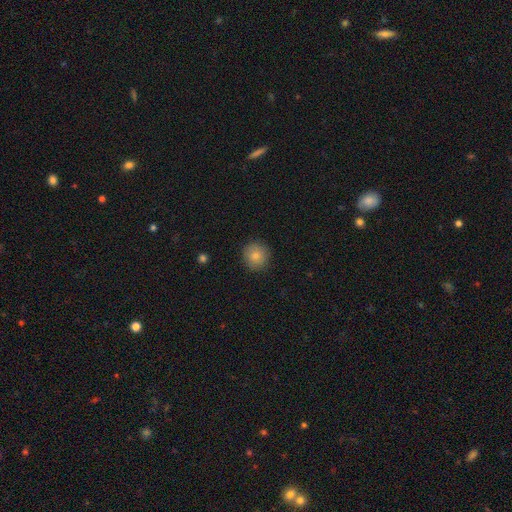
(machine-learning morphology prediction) smooth-or-featured: smooth: 84% | star or artifact: 9% | featured or disk: 7%
  how-rounded: round: 91% | in between: 8% | cigar-shaped: 1%
  merging: none: 89% | minor disturbance: 8% | major disturbance: 2% | merger: 1%